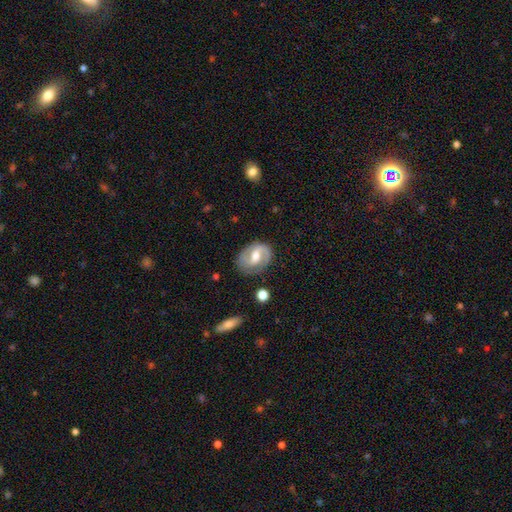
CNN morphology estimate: Q: Smooth or featured?
A: featured or disk (73%); runner-up: smooth (21%)
Q: Edge-on disk?
A: no (97%); runner-up: yes (3%)
Q: Bar?
A: weak (53%); runner-up: strong (24%)
Q: Spiral arms?
A: yes (88%); runner-up: no (12%)
Q: Spiral winding?
A: medium (47%); runner-up: tight (29%)
Q: Spiral arm count?
A: 2 (79%); runner-up: 1 (11%)
Q: Bulge size?
A: moderate (66%); runner-up: small (19%)
Q: Merging?
A: none (76%); runner-up: minor disturbance (16%)